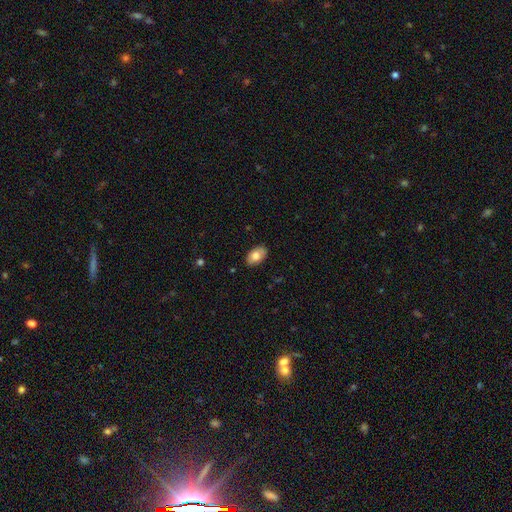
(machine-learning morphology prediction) A smooth galaxy with no disk features (80%) that is in between round and cigar-shaped (93%). Merging: none (85%).